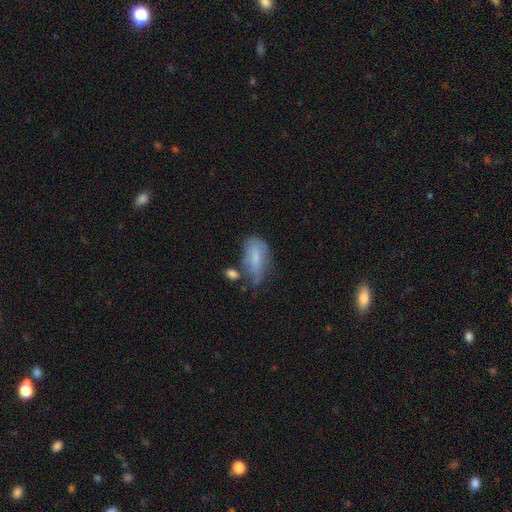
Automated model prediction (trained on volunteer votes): A smooth galaxy with no disk features (65%) that is in between round and cigar-shaped (85%). Merging: none (35%).